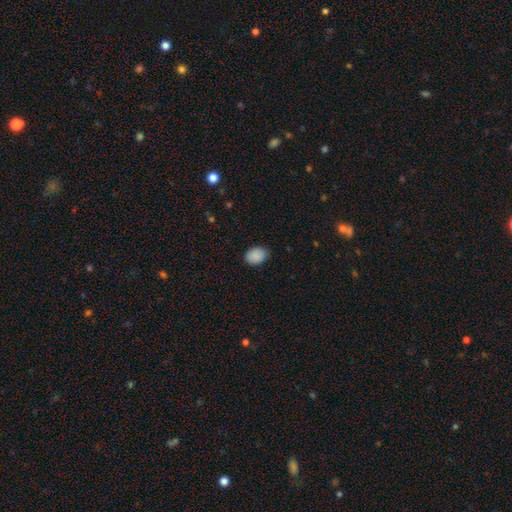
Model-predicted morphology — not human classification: type=smooth (89%); roundness=in between (71%); merging=none (84%).